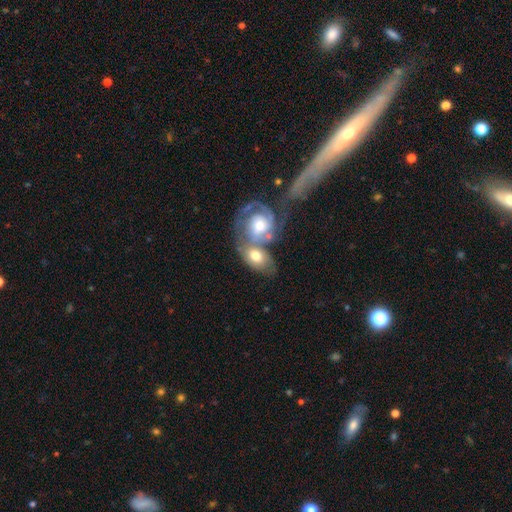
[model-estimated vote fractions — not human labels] A featured or disk galaxy (50%).

Vote fractions:
- Smooth or featured? featured or disk: 50% / smooth: 43% / star or artifact: 6%
- Edge-on disk? no: 94% / yes: 6%
- Merging? merger: 65% / none: 19% / minor disturbance: 9% / major disturbance: 7%